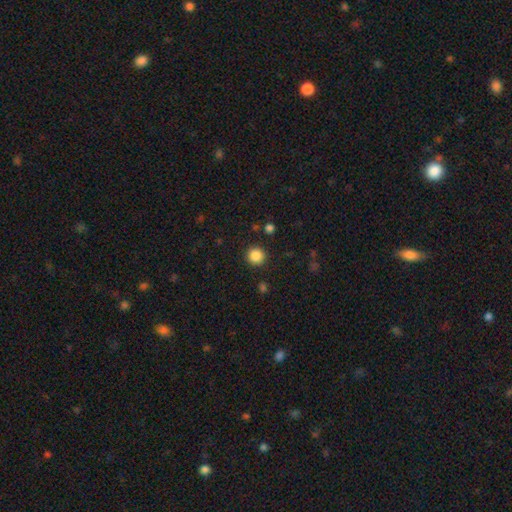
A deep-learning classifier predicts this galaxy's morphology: The model was most divided on "smooth or featured": smooth: 86%, star or artifact: 10%, featured or disk: 3%. More confident: how rounded — round (94%); merging — none (91%).